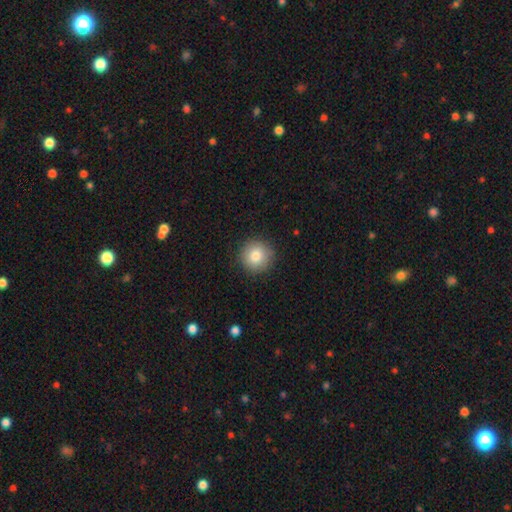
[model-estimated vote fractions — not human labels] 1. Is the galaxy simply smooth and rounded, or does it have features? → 82% smooth, 9% star or artifact, 9% featured or disk.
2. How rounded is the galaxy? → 94% round, 5% in between, 1% cigar-shaped.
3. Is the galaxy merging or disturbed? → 89% none, 8% minor disturbance, 2% major disturbance, 1% merger.